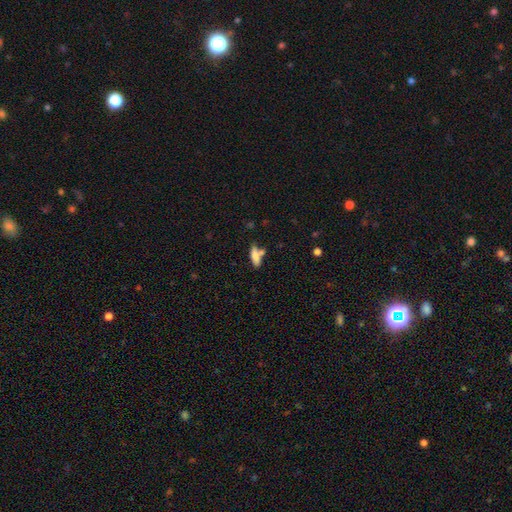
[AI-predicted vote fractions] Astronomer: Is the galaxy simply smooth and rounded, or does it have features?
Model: smooth — 76%.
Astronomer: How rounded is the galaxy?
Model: in between — 55% (runner-up: cigar-shaped, 42%).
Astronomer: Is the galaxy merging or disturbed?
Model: none — 54%.